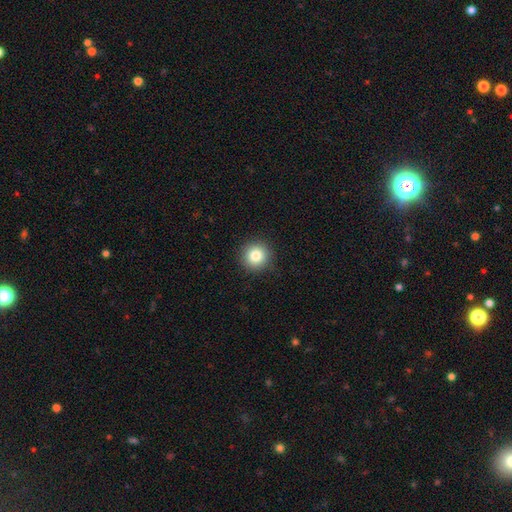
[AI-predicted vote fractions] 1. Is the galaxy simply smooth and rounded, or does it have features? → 84% smooth, 10% star or artifact, 6% featured or disk.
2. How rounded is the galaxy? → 94% round, 5% in between, 1% cigar-shaped.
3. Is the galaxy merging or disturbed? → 91% none, 6% minor disturbance, 2% major disturbance, 1% merger.